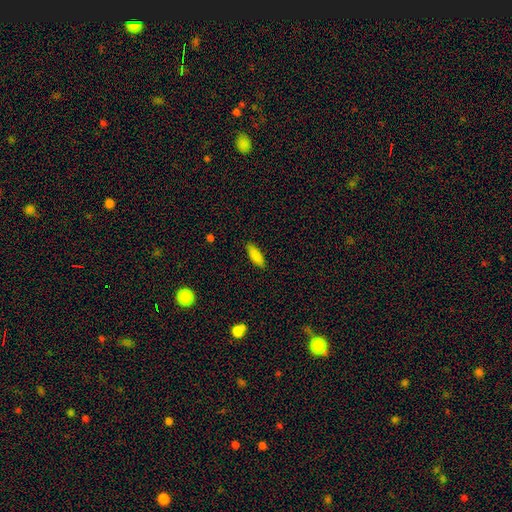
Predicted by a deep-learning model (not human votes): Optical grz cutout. It shows a smooth galaxy with no disk features (85%) that is in between round and cigar-shaped (53%). Merging: none (87%).